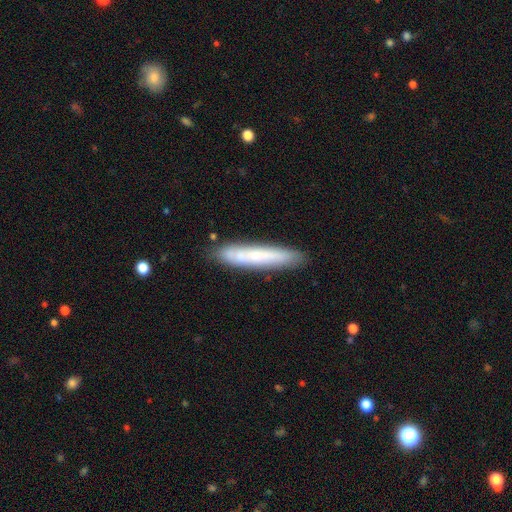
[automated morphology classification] This appears to be a smooth galaxy with no disk features (60%) that is cigar-shaped (91%). Merging: none (83%).